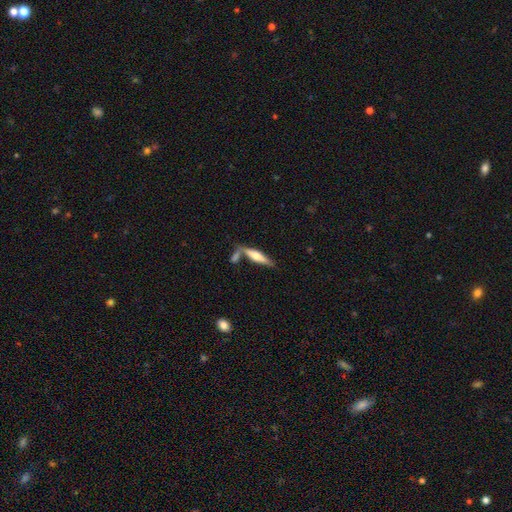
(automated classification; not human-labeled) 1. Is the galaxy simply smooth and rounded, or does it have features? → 48% featured or disk, 46% smooth, 6% star or artifact.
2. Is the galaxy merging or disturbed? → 58% none, 23% merger, 14% minor disturbance, 5% major disturbance.